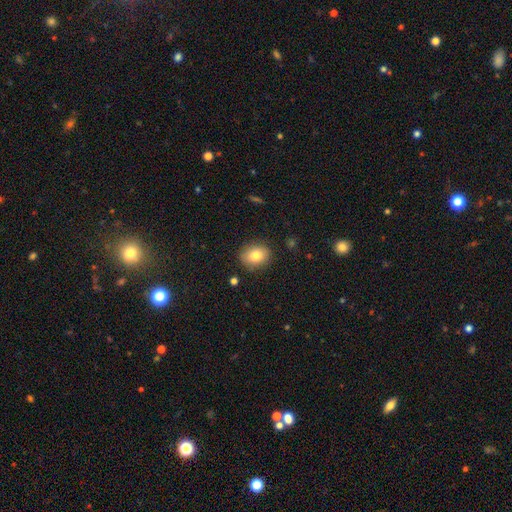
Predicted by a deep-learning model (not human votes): smooth-or-featured: smooth: 81% | featured or disk: 10% | star or artifact: 9%
  how-rounded: round: 52% | in between: 47% | cigar-shaped: 1%
  merging: none: 87% | minor disturbance: 10% | major disturbance: 2% | merger: 1%